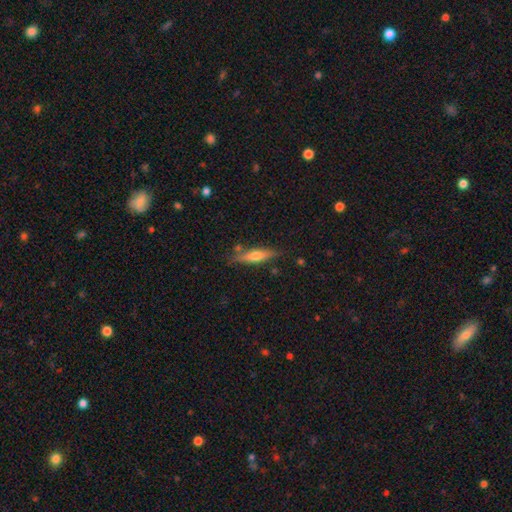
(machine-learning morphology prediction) Overall: smooth (51%; featured or disk 43%). How rounded: cigar-shaped (79%). Merging: none (79%).